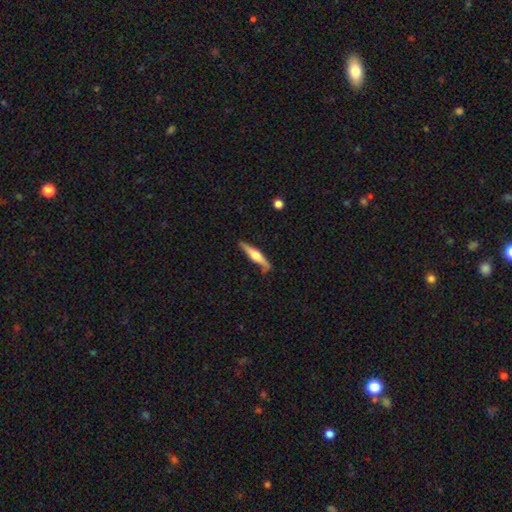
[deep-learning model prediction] smooth-or-featured: featured or disk: 58% | smooth: 37% | star or artifact: 5%
  disk-edge-on: yes: 95% | no: 5%
    edge-on-bulge: rounded: 87% | boxy: 8% | none: 5%
  merging: none: 79% | minor disturbance: 16% | major disturbance: 3% | merger: 2%